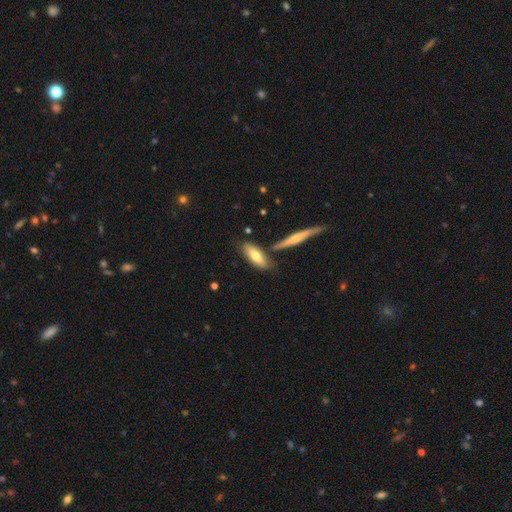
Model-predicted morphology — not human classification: This is likely a smooth galaxy (68%). How rounded: likely in between (66%). Merging: likely none (68%).